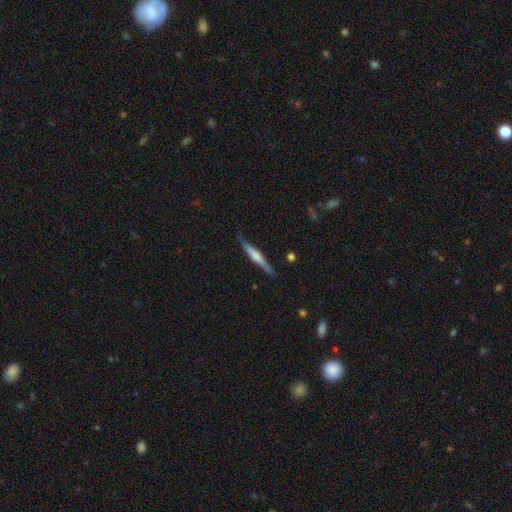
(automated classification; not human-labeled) featured or disk 53%, smooth 42%, star or artifact 5%. Down the decision tree: edge-on disk — yes (96%); edge-on bulge — rounded (48%); merging — none (83%).